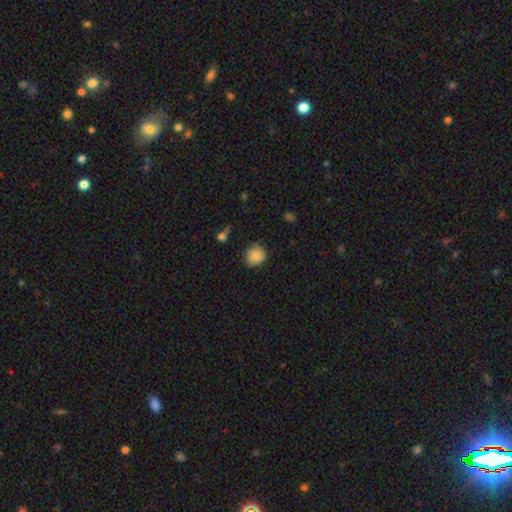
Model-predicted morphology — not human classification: The model was most divided on "merging": none: 74%, minor disturbance: 20%, major disturbance: 4%, merger: 2%. More confident: how rounded — round (85%); smooth or featured — smooth (78%).